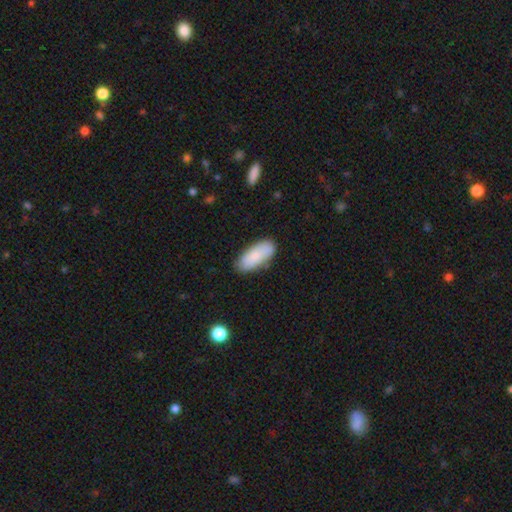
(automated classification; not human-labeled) Smooth or featured?
  - smooth: 81% *
  - featured or disk: 13%
  - star or artifact: 6%
How rounded?
  - in between: 85% *
  - cigar-shaped: 13%
  - round: 2%
Merging?
  - none: 79% *
  - minor disturbance: 16%
  - major disturbance: 3%
  - merger: 2%